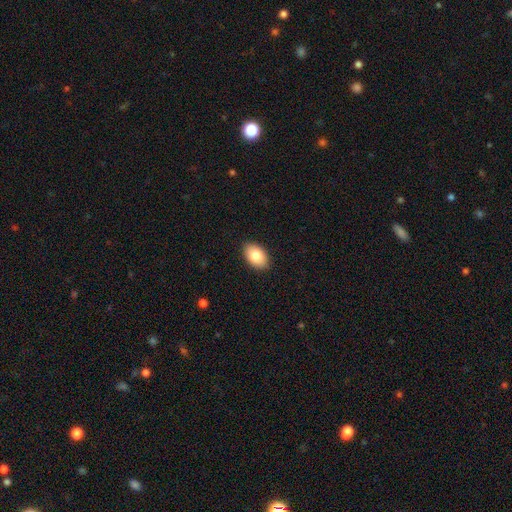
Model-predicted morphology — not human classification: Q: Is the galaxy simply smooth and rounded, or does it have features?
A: smooth — 83%.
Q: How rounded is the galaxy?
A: in between — 89%.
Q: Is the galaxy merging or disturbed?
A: none — 89%.